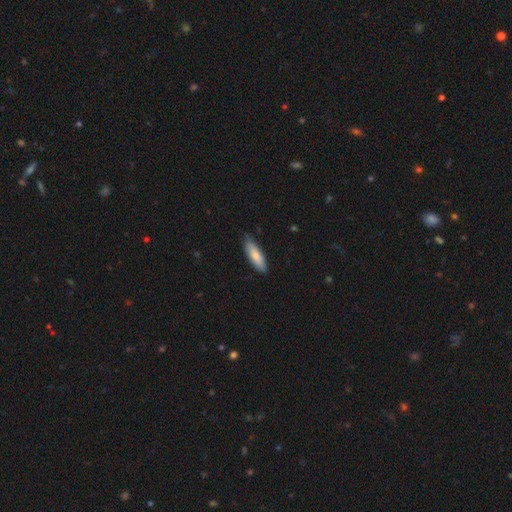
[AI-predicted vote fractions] Smooth or featured? Predicted: smooth (p=0.80). How rounded? Predicted: cigar-shaped (p=0.51). Merging? Predicted: none (p=0.82).